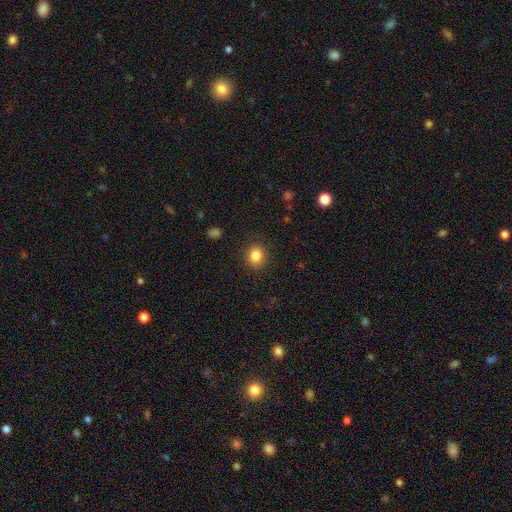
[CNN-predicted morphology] Q: Smooth or featured?
A: smooth (85%); runner-up: star or artifact (10%)
Q: How rounded?
A: round (70%); runner-up: in between (29%)
Q: Merging?
A: none (89%); runner-up: minor disturbance (8%)